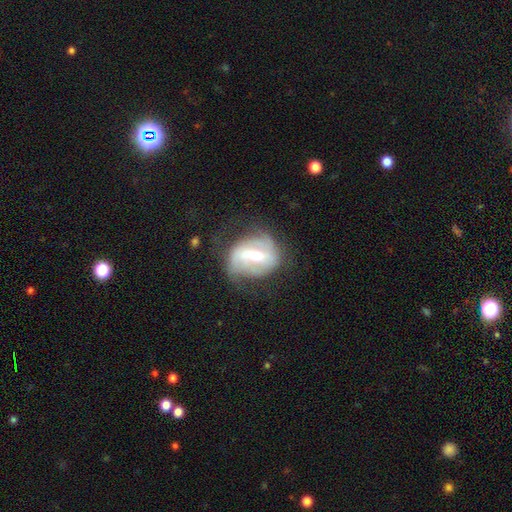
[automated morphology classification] Smooth or featured: featured or disk — 75% (smooth — 18%)
Edge-on disk: no — 95% (yes — 5%)
Bar: strong — 50% (weak — 37%)
Spiral arms: yes — 78% (no — 22%)
Spiral winding: medium — 39% (loose — 32%)
Spiral arm count: 2 — 63% (can't tell — 20%)
Bulge size: moderate — 59% (small — 34%)
Merging: none — 52% (minor disturbance — 25%)